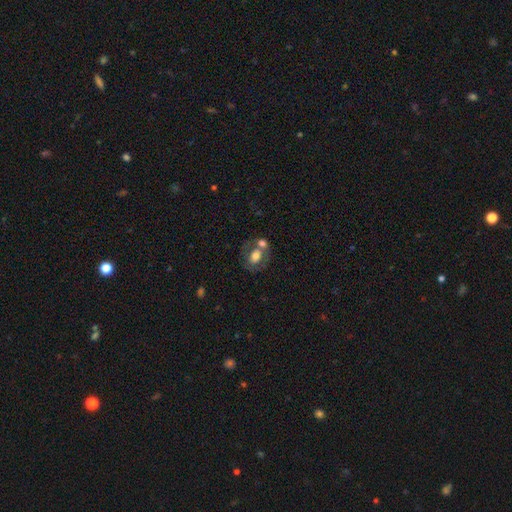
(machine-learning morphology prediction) Q: Smooth or featured?
A: smooth (59%); runner-up: featured or disk (32%)
Q: How rounded?
A: in between (54%); runner-up: round (45%)
Q: Merging?
A: none (41%); runner-up: merger (40%)